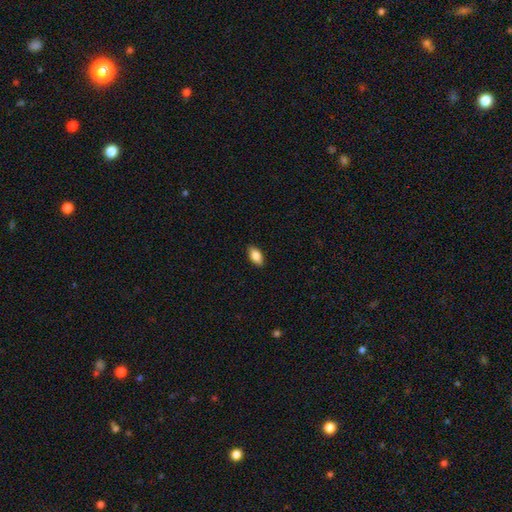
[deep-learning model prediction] smooth_or_featured: smooth (p=0.84) [alt: featured or disk p=0.09]
how_rounded: in between (p=0.91) [alt: cigar-shaped p=0.05]
merging: none (p=0.89) [alt: minor disturbance p=0.08]